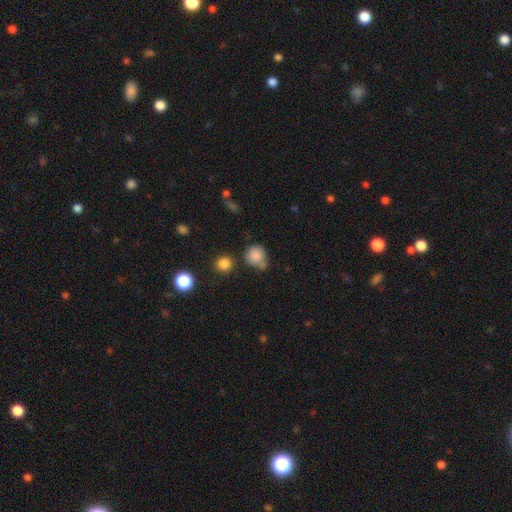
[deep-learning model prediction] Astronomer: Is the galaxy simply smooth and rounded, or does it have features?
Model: smooth — 82%.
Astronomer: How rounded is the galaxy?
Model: round — 77%.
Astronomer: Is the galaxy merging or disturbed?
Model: none — 50% (runner-up: minor disturbance, 27%).